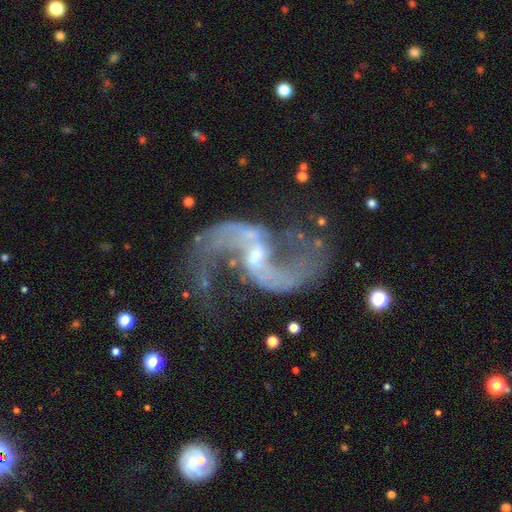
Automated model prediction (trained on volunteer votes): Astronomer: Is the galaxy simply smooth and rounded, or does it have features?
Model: featured or disk — 93%.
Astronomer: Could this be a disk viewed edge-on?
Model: no — 98%.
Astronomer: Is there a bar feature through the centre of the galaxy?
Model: weak — 47% (runner-up: no, 31%).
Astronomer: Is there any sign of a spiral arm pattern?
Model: yes — 97%.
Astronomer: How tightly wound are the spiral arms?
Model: loose — 76%.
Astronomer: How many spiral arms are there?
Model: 2 — 94%.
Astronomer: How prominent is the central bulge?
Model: small — 62%.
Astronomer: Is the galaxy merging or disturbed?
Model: none — 70%.